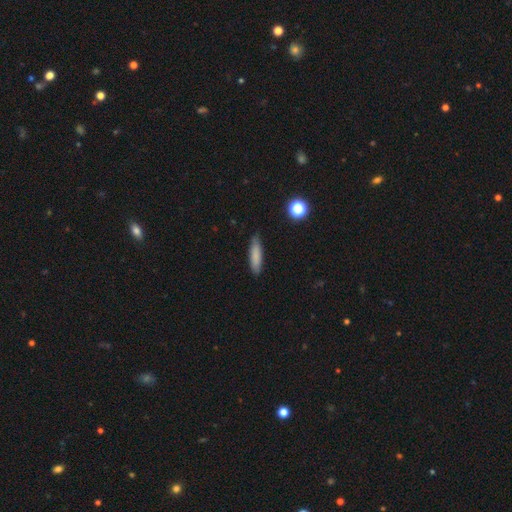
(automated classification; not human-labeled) Morphology: type=smooth (82%); roundness=cigar-shaped (71%); merging=none (84%).